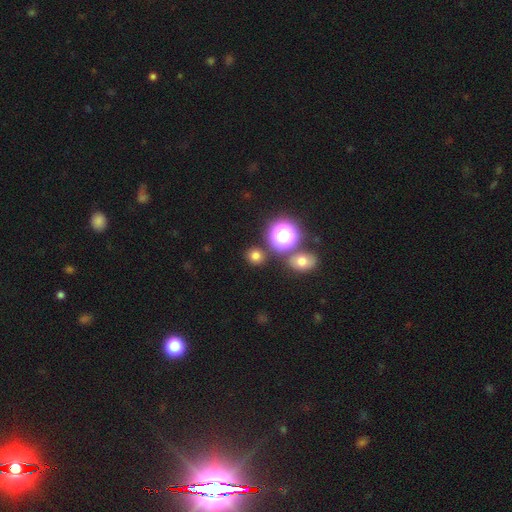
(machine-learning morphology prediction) A smooth galaxy with no disk features (74%) that is round (85%).

Vote fractions:
- Smooth or featured? smooth: 74% / star or artifact: 20% / featured or disk: 6%
- How rounded? round: 85% / in between: 14% / cigar-shaped: 1%
- Merging? none: 83% / minor disturbance: 8% / merger: 6% / major disturbance: 3%